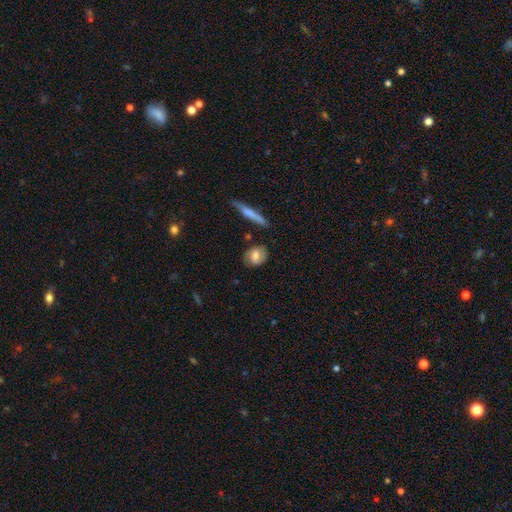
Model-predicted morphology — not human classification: Smooth or featured? smooth (63%)
How rounded? in between (53%)
Merging? none (78%)